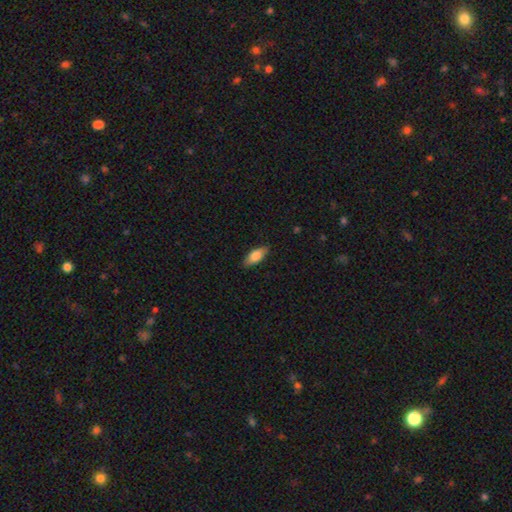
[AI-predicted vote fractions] This appears to be a smooth galaxy with no disk features (78%) that is in between round and cigar-shaped (80%). Merging: none (86%).